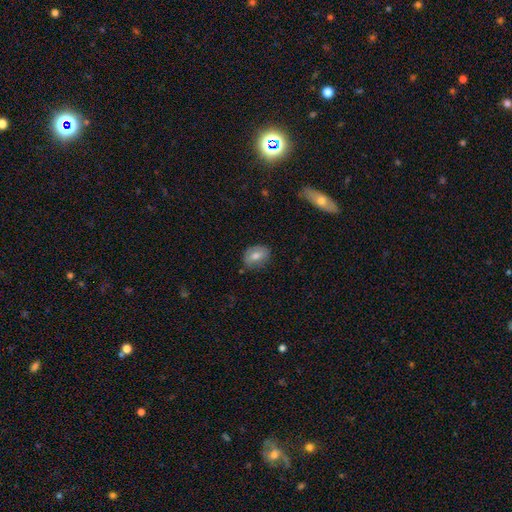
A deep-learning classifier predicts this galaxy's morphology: This is likely a smooth galaxy (65%). How rounded: likely in between (70%). Merging: likely none (76%).